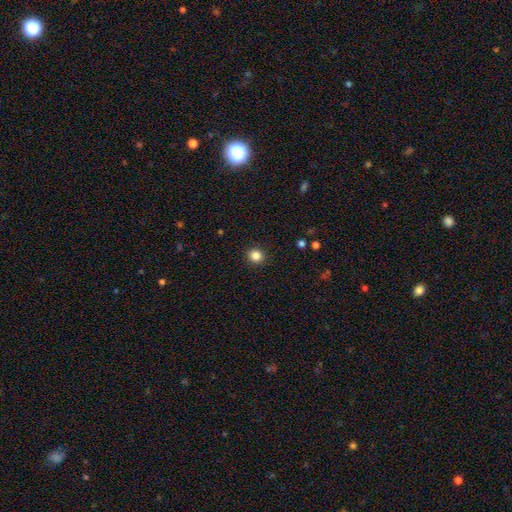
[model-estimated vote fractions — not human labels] Smooth or featured? Predicted: smooth (p=0.85). How rounded? Predicted: round (p=0.88). Merging? Predicted: none (p=0.92).